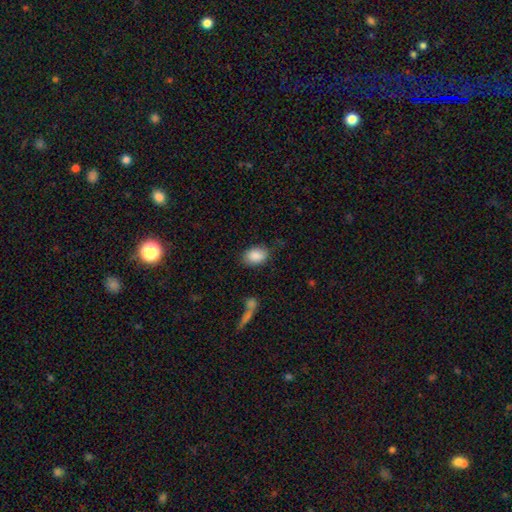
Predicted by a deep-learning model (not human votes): smooth 87%, star or artifact 7%, featured or disk 6%. Down the decision tree: how rounded — in between (84%); merging — none (80%).